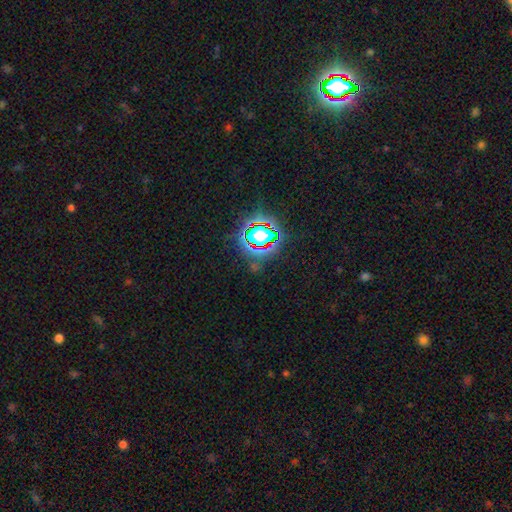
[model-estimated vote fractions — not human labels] This appears to be a star or artifact, not a galaxy (81%).